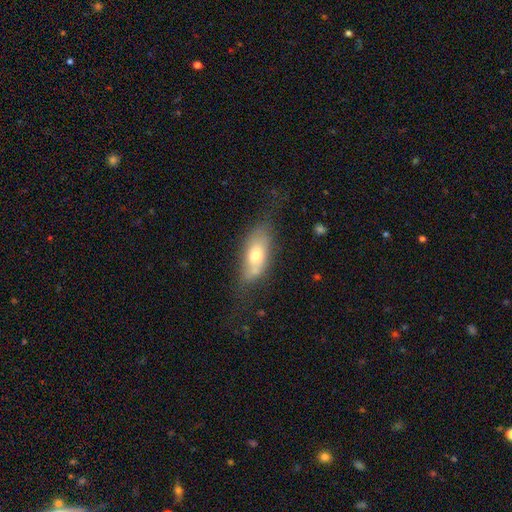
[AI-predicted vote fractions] Overall: smooth (62%; featured or disk 30%). How rounded: in between (81%). Merging: none (53%; minor disturbance 27%).